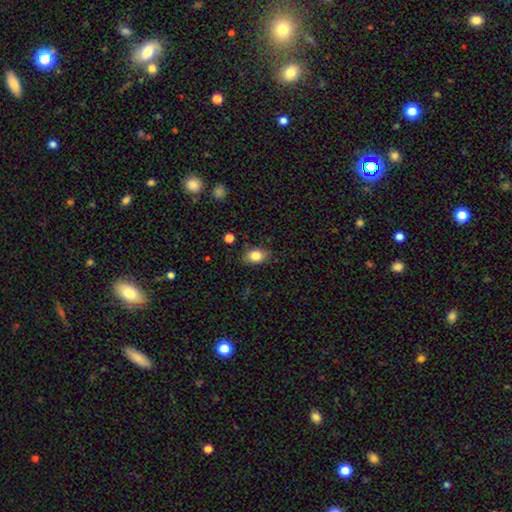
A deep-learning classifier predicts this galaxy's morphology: Smooth or featured?
  - smooth: 82% *
  - featured or disk: 9%
  - star or artifact: 9%
How rounded?
  - in between: 77% *
  - round: 21%
  - cigar-shaped: 1%
Merging?
  - none: 83% *
  - minor disturbance: 13%
  - major disturbance: 3%
  - merger: 1%